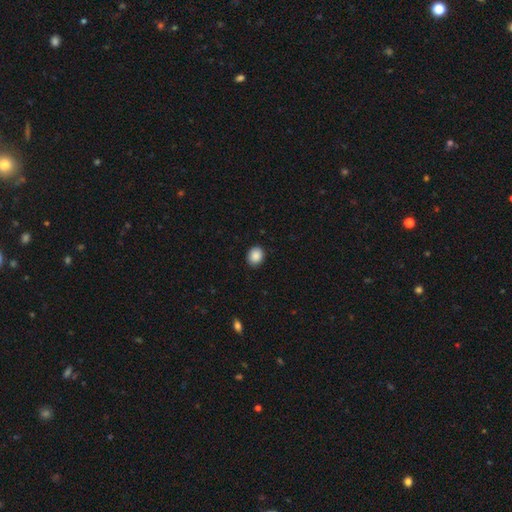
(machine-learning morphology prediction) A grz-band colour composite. It shows a smooth galaxy with no disk features (89%) that is round (57%). Merging: none (90%).